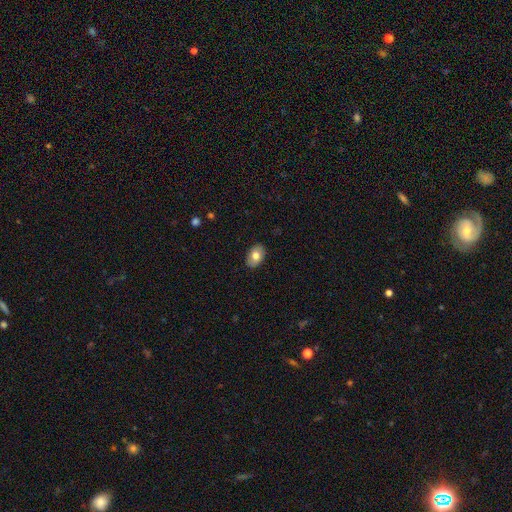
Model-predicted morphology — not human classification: type=smooth (78%); roundness=in between (86%); merging=none (89%).